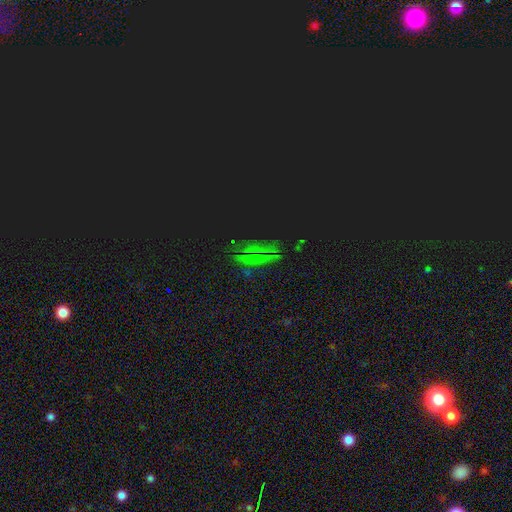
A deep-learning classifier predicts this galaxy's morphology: Q: Smooth or featured?
A: star or artifact (56%); runner-up: smooth (33%)